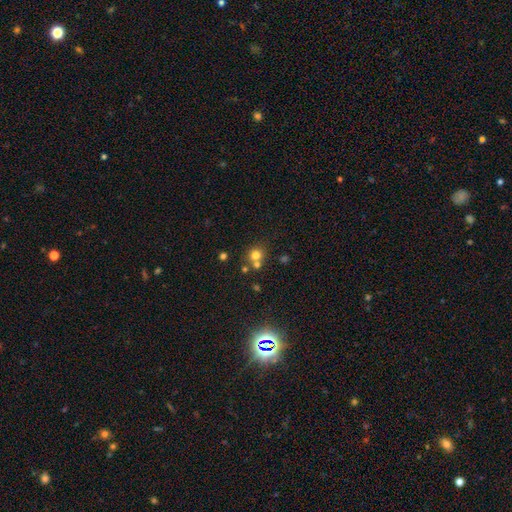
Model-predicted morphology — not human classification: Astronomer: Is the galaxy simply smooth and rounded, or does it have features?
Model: smooth — 72%.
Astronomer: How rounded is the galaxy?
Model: round — 87%.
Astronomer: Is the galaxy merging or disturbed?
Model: none — 57%.